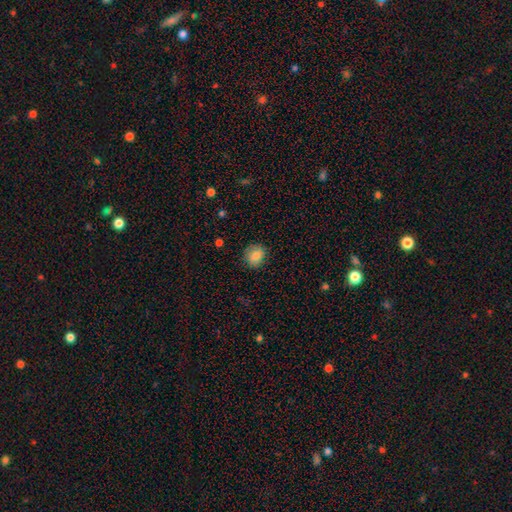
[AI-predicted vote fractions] A smooth galaxy with no disk features (84%) that is round (75%). Merging: none (85%).